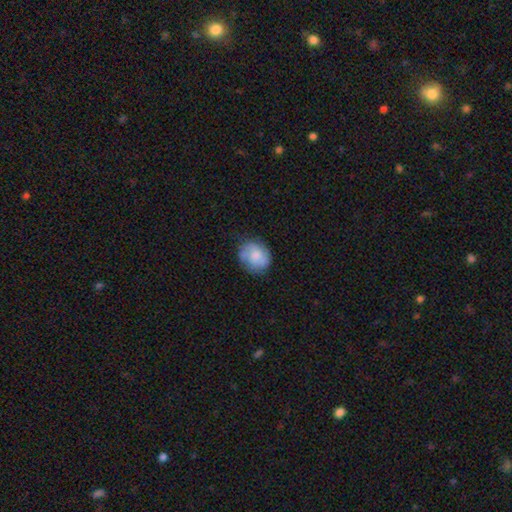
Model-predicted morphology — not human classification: This is likely a smooth galaxy (61%). How rounded: likely round (60%). Merging: likely none (67%).